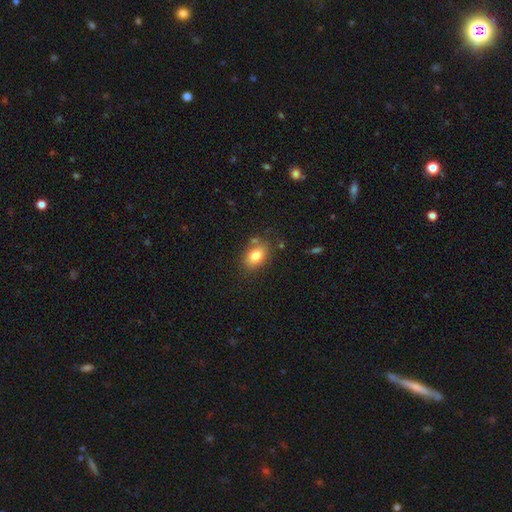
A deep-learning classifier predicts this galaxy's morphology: smooth 80%, featured or disk 11%, star or artifact 9%. Down the decision tree: how rounded — in between (77%); merging — none (74%).